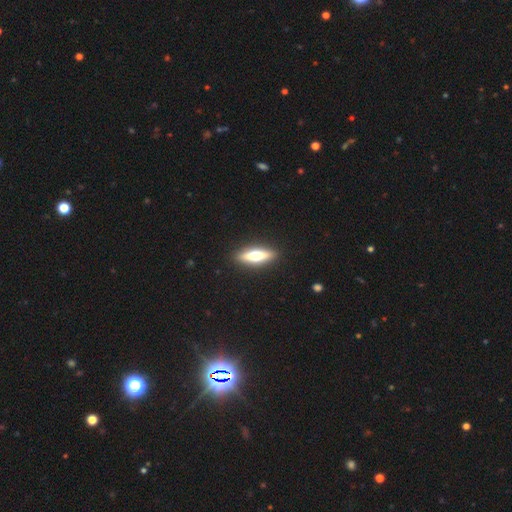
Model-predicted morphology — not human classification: The model was most divided on "smooth or featured": featured or disk: 49%, smooth: 45%, star or artifact: 6%. More confident: merging — none (91%).